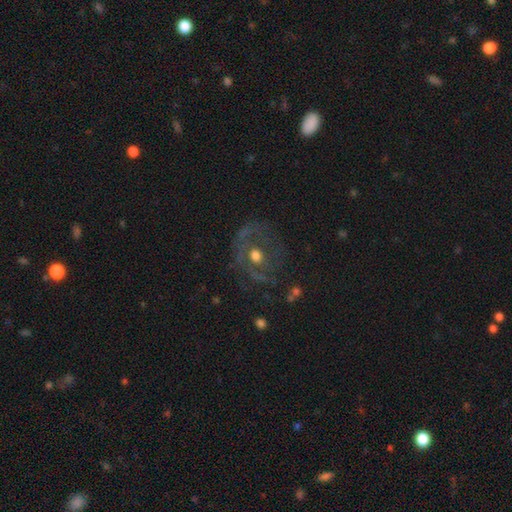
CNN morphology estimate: This appears to be a featured or disk galaxy (57%) with no bar (81%), no spiral arms (53%) and a moderate central bulge (70%). Merging: none (60%).